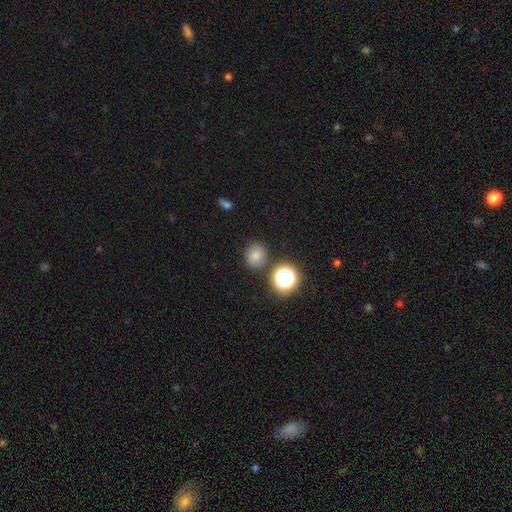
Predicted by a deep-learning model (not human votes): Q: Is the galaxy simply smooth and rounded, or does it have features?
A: smooth — 75%.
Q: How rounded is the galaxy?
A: round — 80%.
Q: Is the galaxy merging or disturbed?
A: none — 82%.